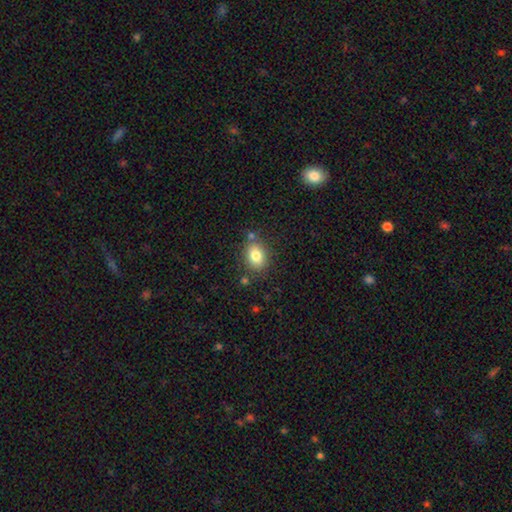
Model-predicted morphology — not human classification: Smooth or featured? Predicted: smooth (p=0.81). How rounded? Predicted: in between (p=0.59). Merging? Predicted: none (p=0.77).